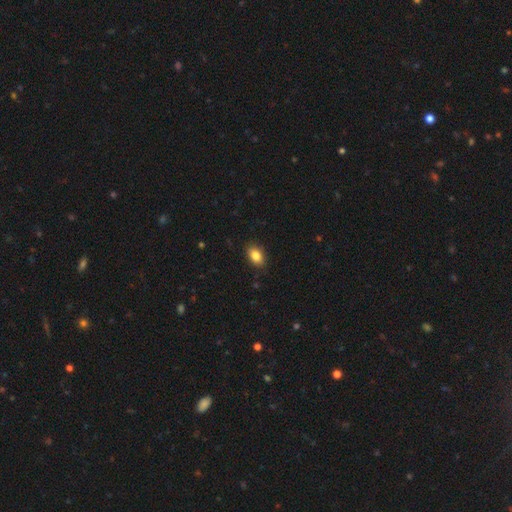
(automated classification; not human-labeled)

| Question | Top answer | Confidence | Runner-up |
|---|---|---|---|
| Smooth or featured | smooth | 85% | star or artifact (8%) |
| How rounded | in between | 87% | round (11%) |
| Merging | none | 86% | minor disturbance (11%) |